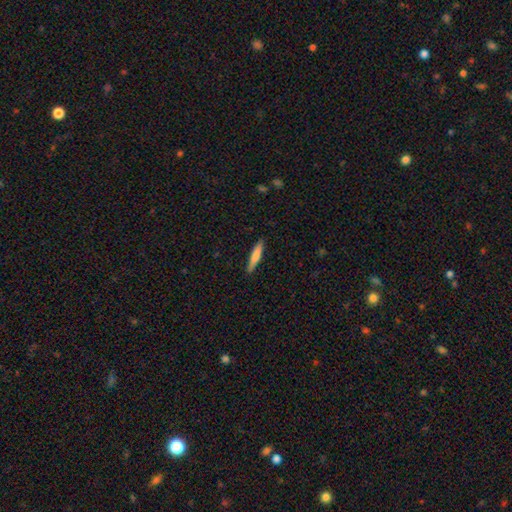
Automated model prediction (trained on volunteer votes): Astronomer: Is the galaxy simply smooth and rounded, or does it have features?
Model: smooth — 73%.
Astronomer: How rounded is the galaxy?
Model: cigar-shaped — 89%.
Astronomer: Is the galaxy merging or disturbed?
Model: none — 88%.